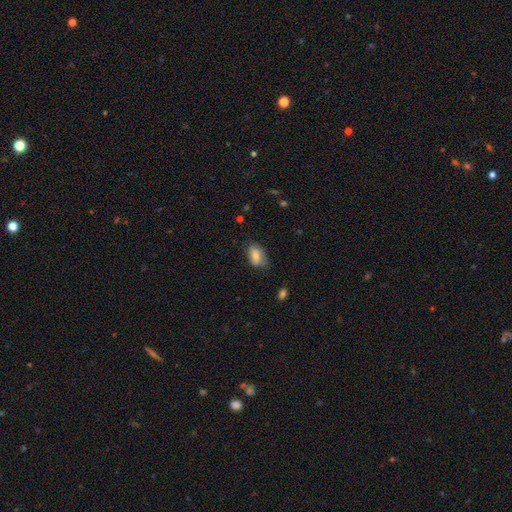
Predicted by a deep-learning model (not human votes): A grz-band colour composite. It shows a smooth galaxy with no disk features (74%) that is in between round and cigar-shaped (89%). Merging: none (62%).